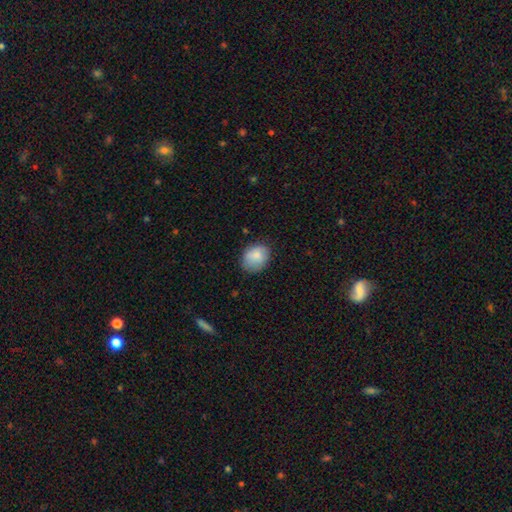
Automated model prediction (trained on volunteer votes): This is clearly a smooth galaxy (82%). How rounded: possibly round (51%). Merging: likely none (75%).